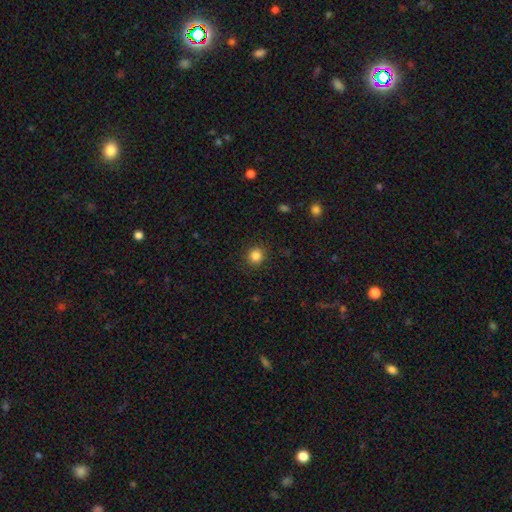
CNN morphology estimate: Smooth or featured? Predicted: smooth (p=0.84). How rounded? Predicted: round (p=0.92). Merging? Predicted: none (p=0.91).